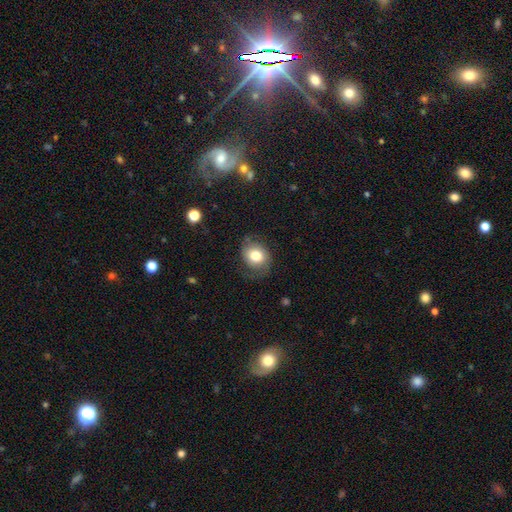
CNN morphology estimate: Smooth or featured: smooth — 66% (featured or disk — 25%)
How rounded: round — 61% (in between — 38%)
Merging: none — 63% (minor disturbance — 22%)